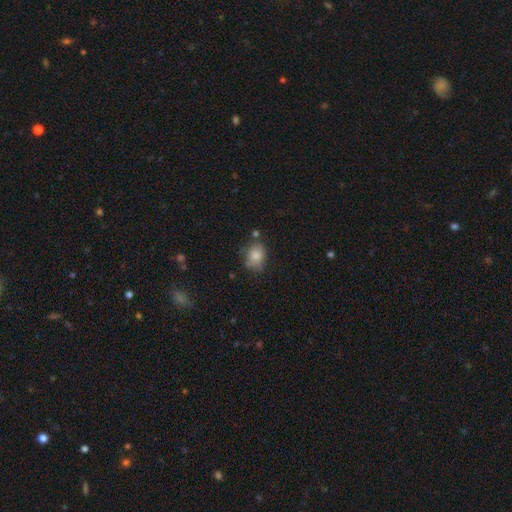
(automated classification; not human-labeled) Smooth or featured? smooth (82%)
How rounded? in between (57%)
Merging? none (64%)